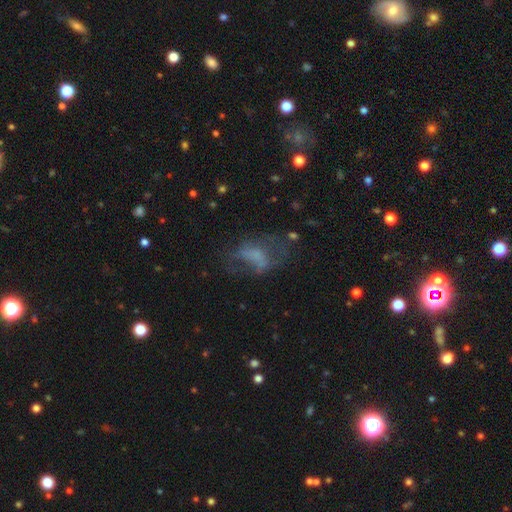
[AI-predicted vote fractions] smooth-or-featured: featured or disk: 43% | smooth: 40% | star or artifact: 17%
  merging: major disturbance: 43% | none: 33% | minor disturbance: 20% | merger: 4%